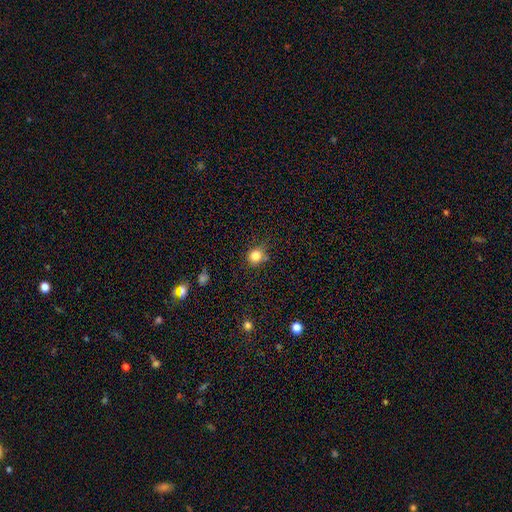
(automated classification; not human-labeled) This appears to be a smooth galaxy with no disk features (82%) that is round (85%). Merging: none (74%).